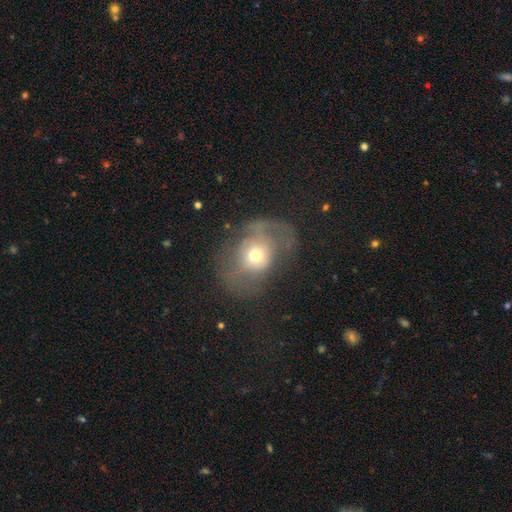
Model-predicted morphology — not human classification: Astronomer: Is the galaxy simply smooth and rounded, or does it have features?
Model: smooth — 46% (runner-up: featured or disk, 43%).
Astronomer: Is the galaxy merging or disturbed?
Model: major disturbance — 37%, tied with none at 37%.